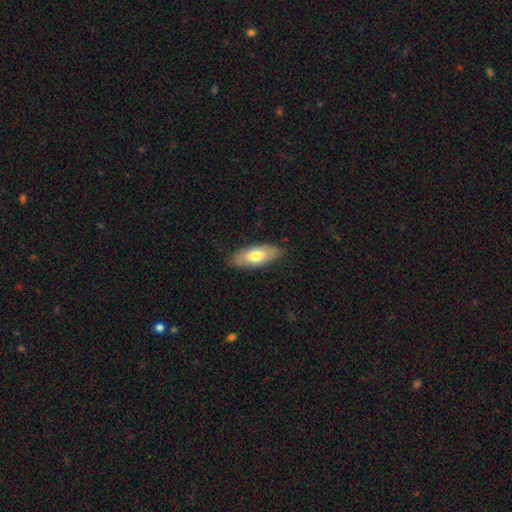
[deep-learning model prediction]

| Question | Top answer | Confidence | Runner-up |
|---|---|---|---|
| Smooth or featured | smooth | 71% | featured or disk (24%) |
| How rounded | in between | 83% | cigar-shaped (15%) |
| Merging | none | 84% | minor disturbance (13%) |